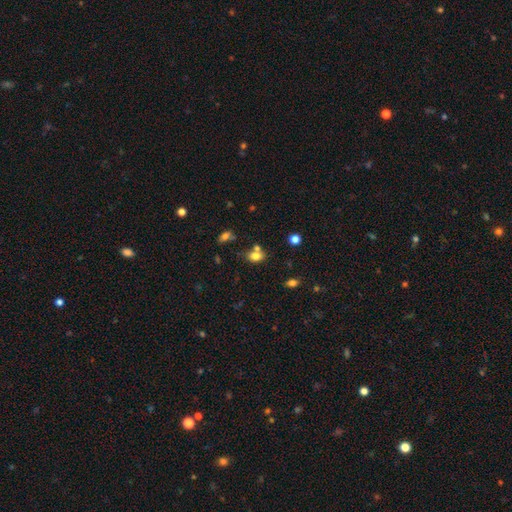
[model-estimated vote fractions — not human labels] This is likely a smooth galaxy (76%). How rounded: likely in between (73%). Merging: possibly none (53%).